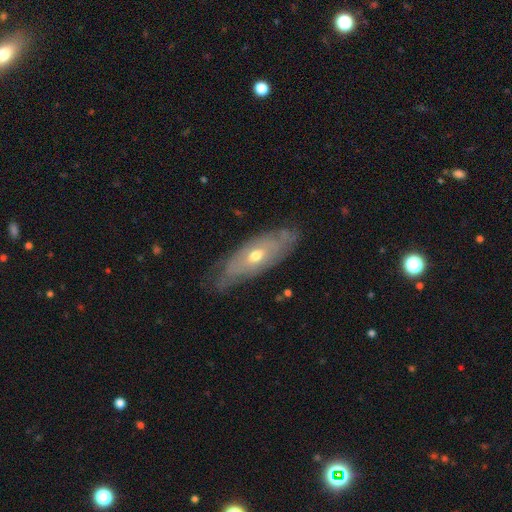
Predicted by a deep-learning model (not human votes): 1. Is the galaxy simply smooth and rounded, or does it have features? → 63% featured or disk, 31% smooth, 6% star or artifact.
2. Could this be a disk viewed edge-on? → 73% no, 27% yes.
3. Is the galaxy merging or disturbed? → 68% none, 24% minor disturbance, 6% major disturbance, 1% merger.